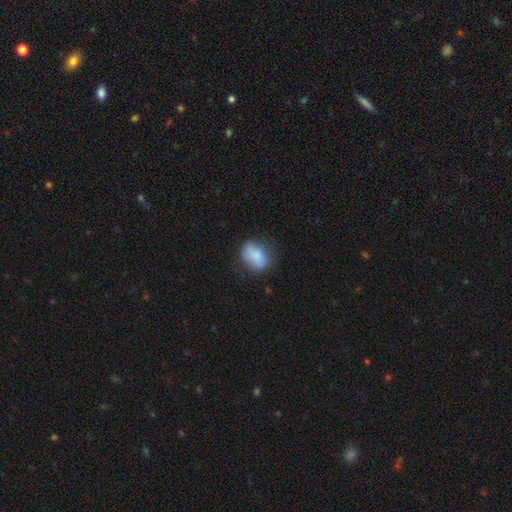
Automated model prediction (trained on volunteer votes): Smooth or featured: smooth — 73% (featured or disk — 19%)
How rounded: in between — 72% (round — 26%)
Merging: none — 58% (minor disturbance — 28%)